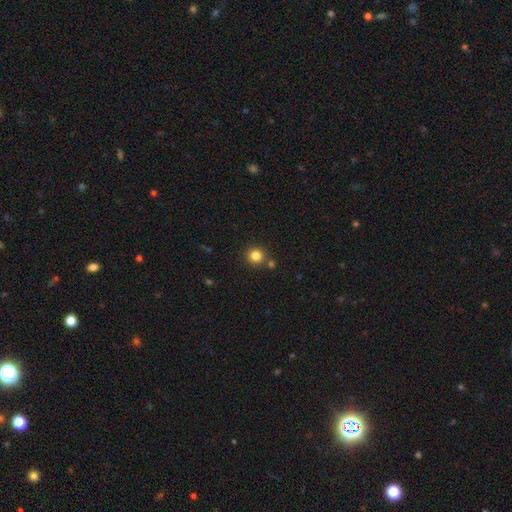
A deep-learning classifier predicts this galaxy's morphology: smooth-or-featured: smooth: 83% | star or artifact: 12% | featured or disk: 5%
  how-rounded: round: 93% | in between: 6% | cigar-shaped: 1%
  merging: none: 81% | merger: 9% | minor disturbance: 7% | major disturbance: 2%